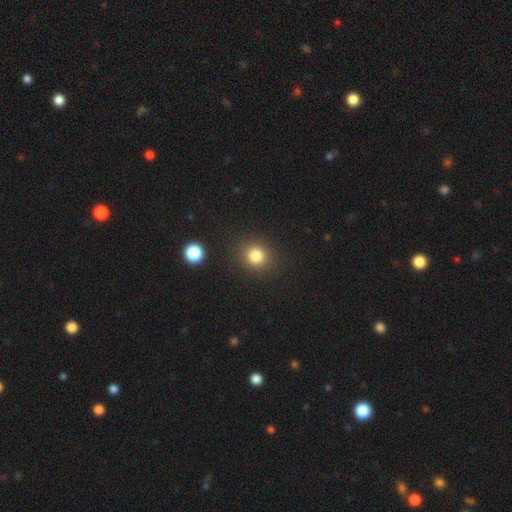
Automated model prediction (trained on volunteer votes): Overall: smooth (81%). How rounded: round (84%). Merging: none (87%).